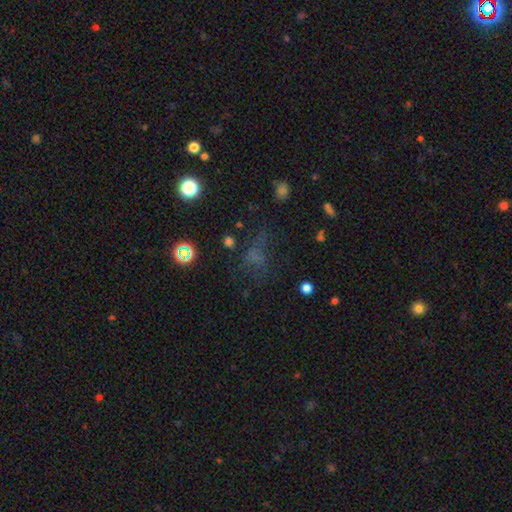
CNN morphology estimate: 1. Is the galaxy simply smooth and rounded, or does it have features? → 43% smooth, 37% star or artifact, 20% featured or disk.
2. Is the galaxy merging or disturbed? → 50% none, 26% major disturbance, 19% minor disturbance, 5% merger.